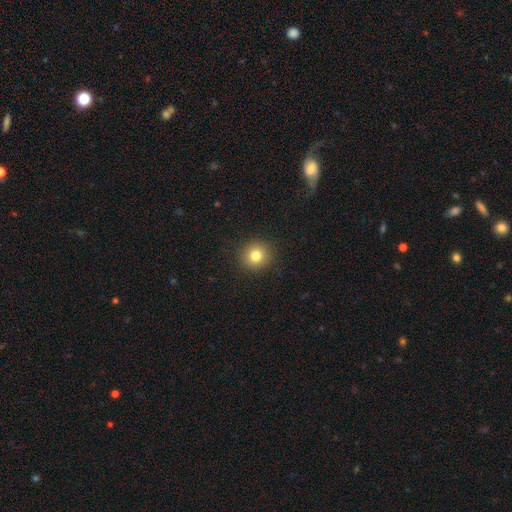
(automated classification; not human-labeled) smooth 81%, star or artifact 12%, featured or disk 8%. Down the decision tree: how rounded — round (91%); merging — none (91%).